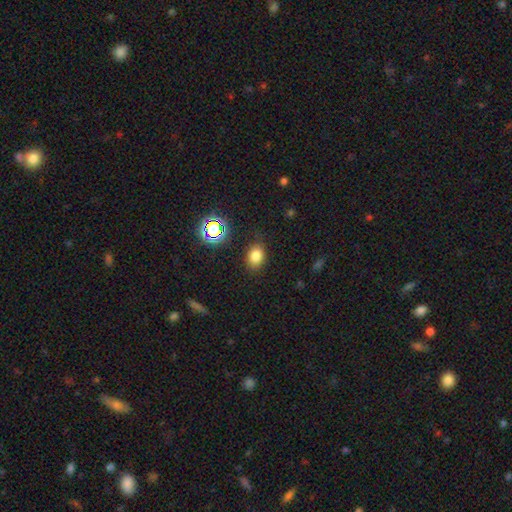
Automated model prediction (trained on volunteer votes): This is likely a smooth galaxy (78%). How rounded: likely in between (69%). Merging: clearly none (81%).